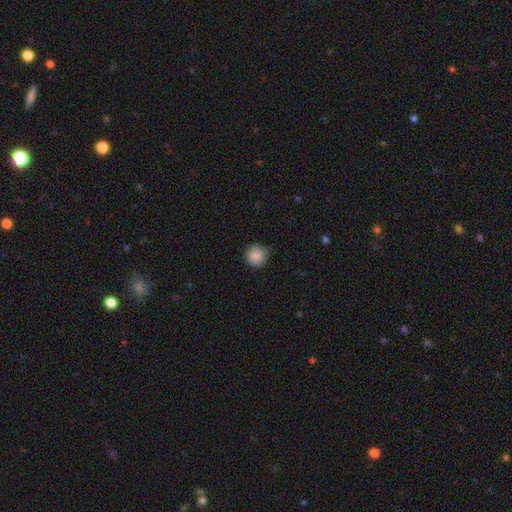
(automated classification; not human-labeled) Smooth or featured?
  - smooth: 88% *
  - star or artifact: 9%
  - featured or disk: 3%
How rounded?
  - round: 95% *
  - in between: 4%
  - cigar-shaped: 1%
Merging?
  - none: 82% *
  - minor disturbance: 15%
  - major disturbance: 2%
  - merger: 1%